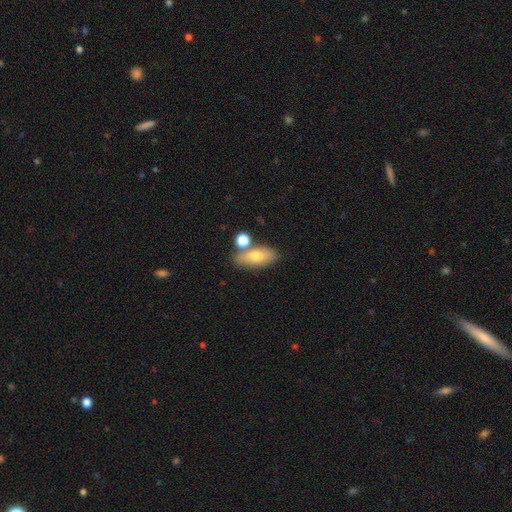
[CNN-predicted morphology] Smooth or featured: smooth — 69% (featured or disk — 22%)
How rounded: in between — 79% (cigar-shaped — 14%)
Merging: none — 67% (merger — 17%)